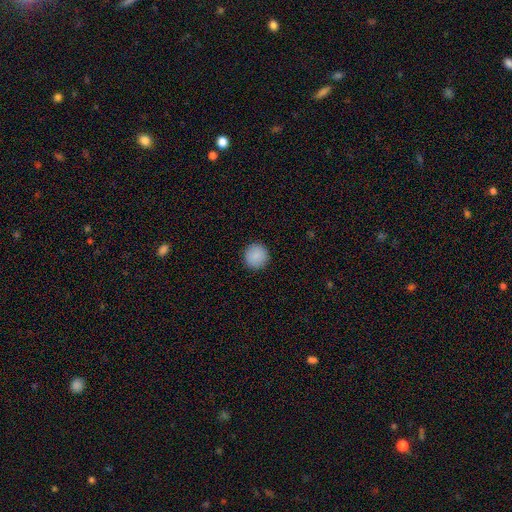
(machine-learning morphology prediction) A smooth galaxy with no disk features (89%) that is round (95%). Merging: none (92%).